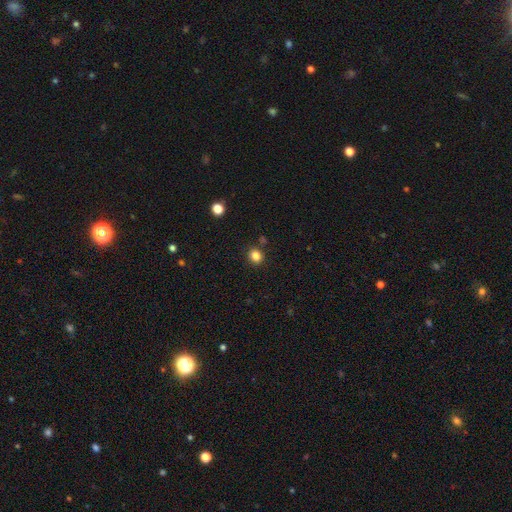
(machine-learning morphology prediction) A smooth galaxy with no disk features (83%) that is round (72%).

Vote fractions:
- Smooth or featured? smooth: 83% / star or artifact: 12% / featured or disk: 5%
- How rounded? round: 72% / in between: 27% / cigar-shaped: 1%
- Merging? none: 86% / minor disturbance: 8% / merger: 4% / major disturbance: 2%